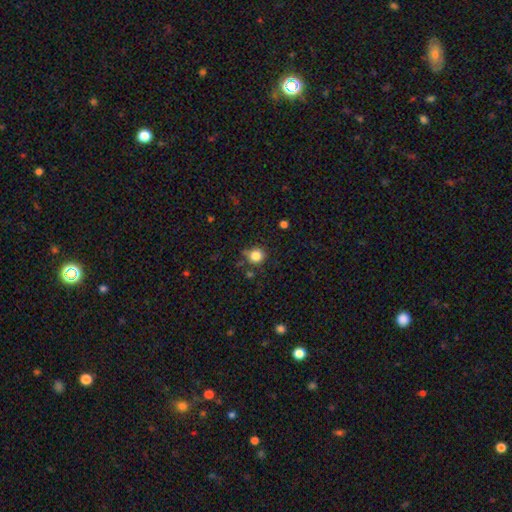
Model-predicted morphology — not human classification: A smooth galaxy with no disk features (83%) that is round (91%). Merging: none (76%).